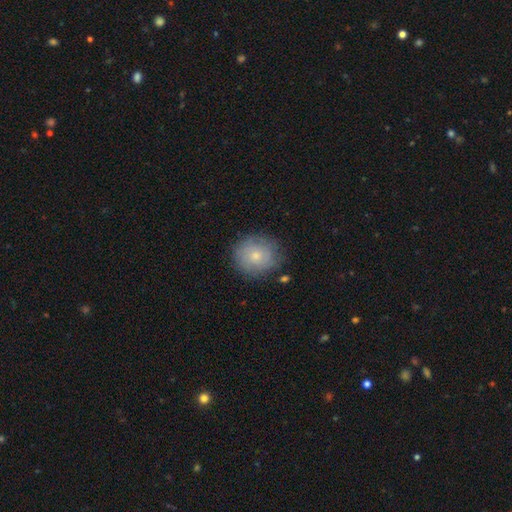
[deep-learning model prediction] smooth 67%, featured or disk 25%, star or artifact 8%. Down the decision tree: how rounded — round (86%); merging — none (78%).